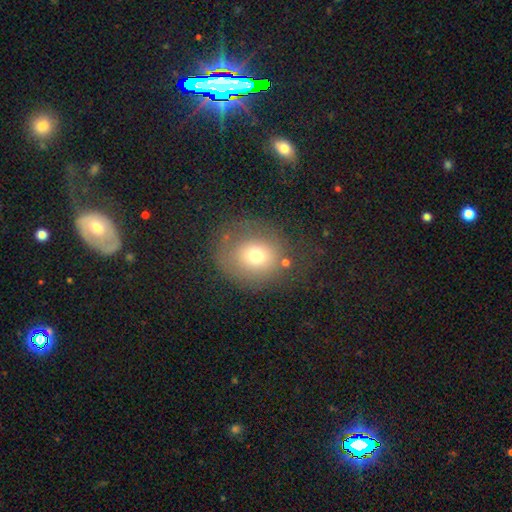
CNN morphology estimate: Smooth or featured? Predicted: smooth (p=0.68). How rounded? Predicted: round (p=0.78). Merging? Predicted: none (p=0.61).